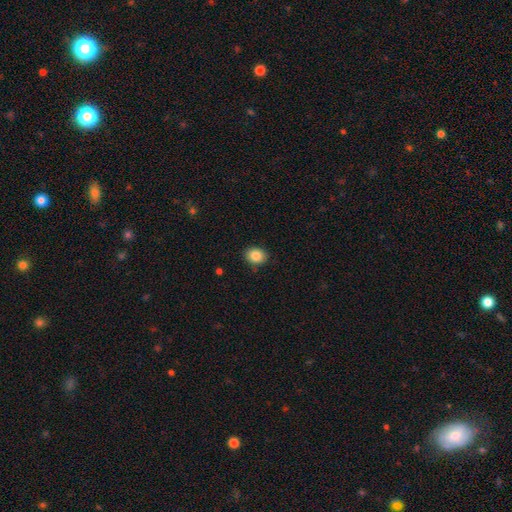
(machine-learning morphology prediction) Smooth or featured?
  - smooth: 85% *
  - star or artifact: 9%
  - featured or disk: 6%
How rounded?
  - round: 55% *
  - in between: 44%
  - cigar-shaped: 1%
Merging?
  - none: 88% *
  - minor disturbance: 8%
  - major disturbance: 2%
  - merger: 1%